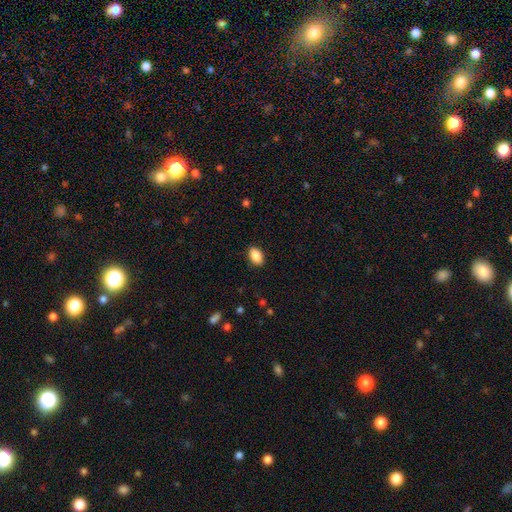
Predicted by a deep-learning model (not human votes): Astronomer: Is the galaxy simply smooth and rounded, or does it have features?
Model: smooth — 89%.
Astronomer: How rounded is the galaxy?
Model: in between — 91%.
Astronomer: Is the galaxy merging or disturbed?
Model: none — 89%.